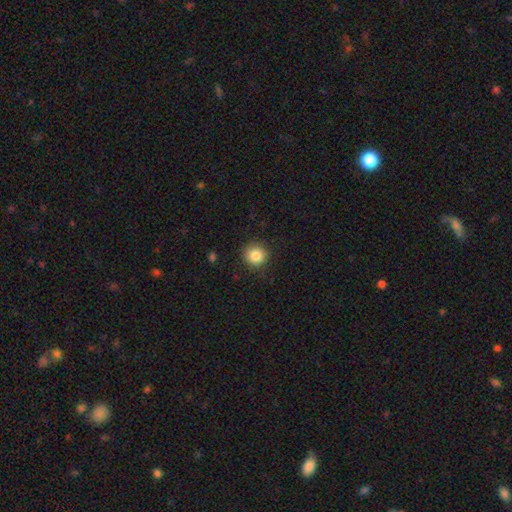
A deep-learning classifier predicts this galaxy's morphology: Q: Smooth or featured?
A: smooth (85%); runner-up: star or artifact (10%)
Q: How rounded?
A: round (91%); runner-up: in between (8%)
Q: Merging?
A: none (88%); runner-up: minor disturbance (8%)